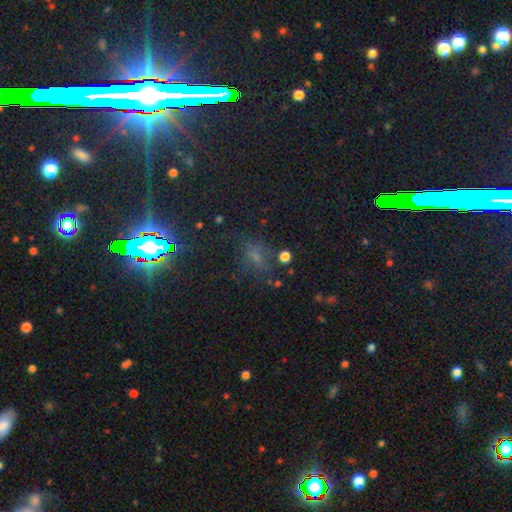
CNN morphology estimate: A star or artifact, not a galaxy (47%).